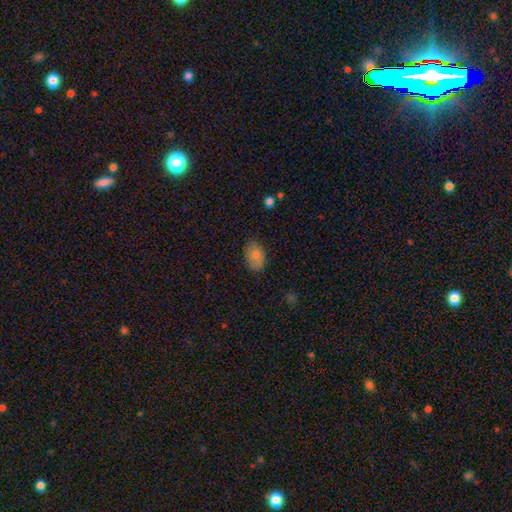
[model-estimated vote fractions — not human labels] smooth-or-featured: smooth: 83% | featured or disk: 10% | star or artifact: 8%
  how-rounded: in between: 88% | round: 10% | cigar-shaped: 1%
  merging: none: 81% | minor disturbance: 14% | major disturbance: 3% | merger: 1%